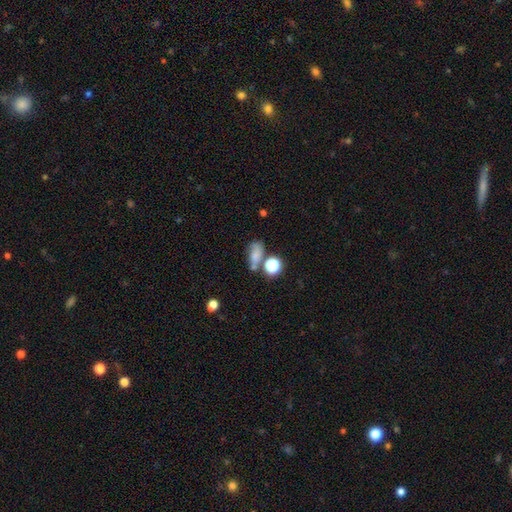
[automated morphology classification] Smooth or featured: smooth — 61% (featured or disk — 20%)
How rounded: in between — 70% (round — 25%)
Merging: none — 35% (merger — 28%)